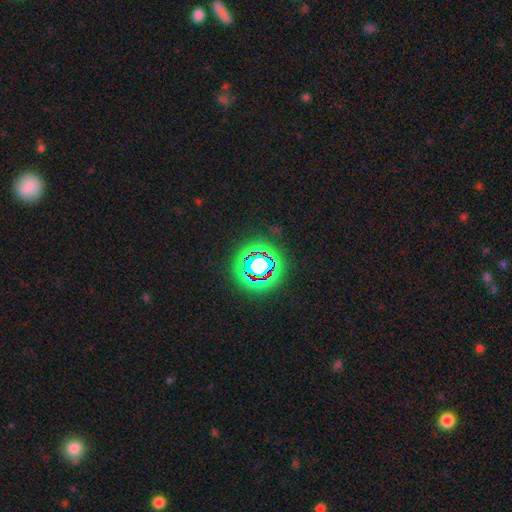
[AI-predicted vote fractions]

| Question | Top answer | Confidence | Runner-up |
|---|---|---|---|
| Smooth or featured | star or artifact | 81% | smooth (13%) |